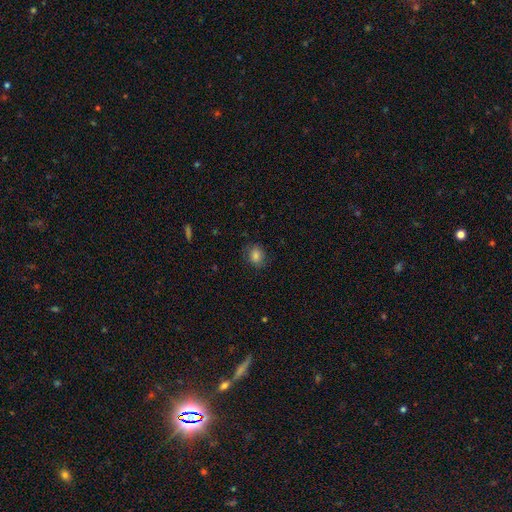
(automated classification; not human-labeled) Q: Smooth or featured?
A: smooth (82%); runner-up: star or artifact (10%)
Q: How rounded?
A: round (54%); runner-up: in between (45%)
Q: Merging?
A: none (80%); runner-up: minor disturbance (15%)